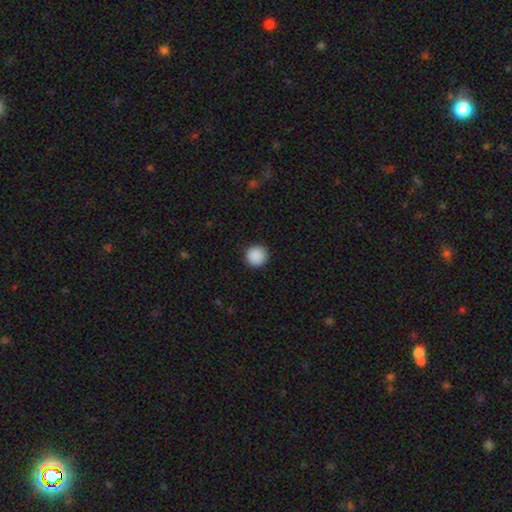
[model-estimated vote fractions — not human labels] Smooth or featured?
  - smooth: 90% *
  - star or artifact: 8%
  - featured or disk: 2%
How rounded?
  - round: 96% *
  - in between: 3%
  - cigar-shaped: 1%
Merging?
  - none: 93% *
  - minor disturbance: 5%
  - major disturbance: 2%
  - merger: 1%